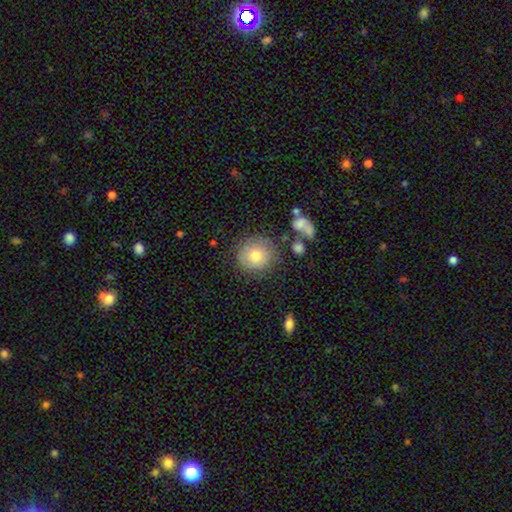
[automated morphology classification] smooth 74%, featured or disk 17%, star or artifact 9%. Down the decision tree: how rounded — round (91%); merging — none (77%).